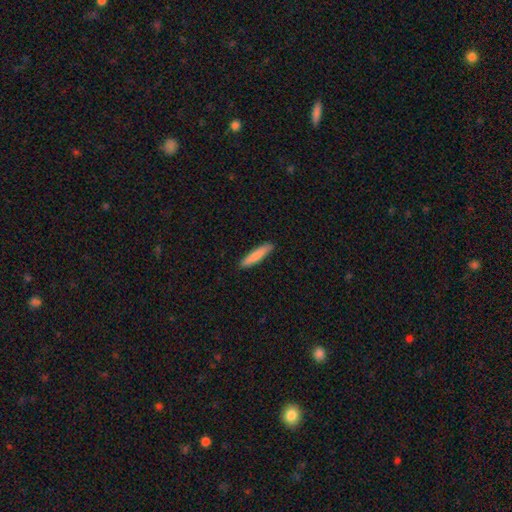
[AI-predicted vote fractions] A smooth galaxy with no disk features (84%) that is cigar-shaped (86%).

Vote fractions:
- Smooth or featured? smooth: 84% / featured or disk: 11% / star or artifact: 5%
- How rounded? cigar-shaped: 86% / in between: 13% / round: 1%
- Merging? none: 89% / minor disturbance: 8% / major disturbance: 2% / merger: 1%